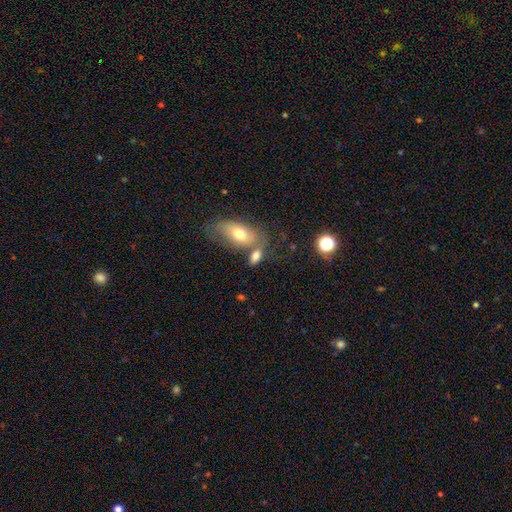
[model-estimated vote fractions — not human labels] Smooth or featured? smooth (73%)
How rounded? in between (81%)
Merging? none (46%)